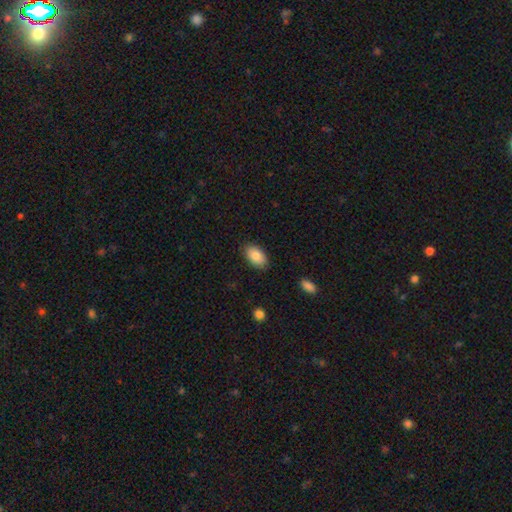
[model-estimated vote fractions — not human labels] smooth-or-featured: smooth: 85% | featured or disk: 9% | star or artifact: 7%
  how-rounded: in between: 93% | round: 5% | cigar-shaped: 2%
  merging: none: 86% | minor disturbance: 11% | major disturbance: 2% | merger: 1%